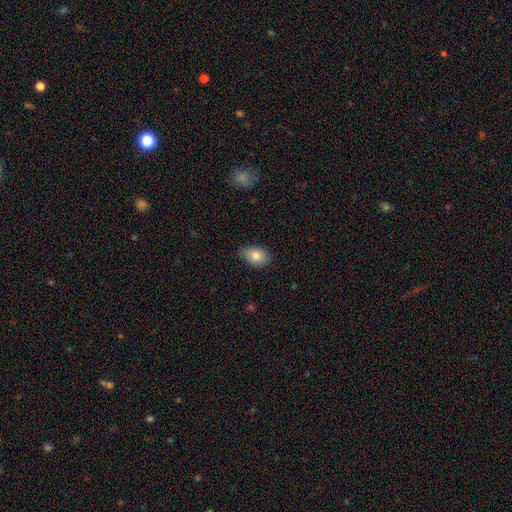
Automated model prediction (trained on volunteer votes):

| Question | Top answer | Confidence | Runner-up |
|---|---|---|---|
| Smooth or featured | smooth | 82% | featured or disk (10%) |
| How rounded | in between | 84% | round (15%) |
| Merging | none | 79% | minor disturbance (17%) |